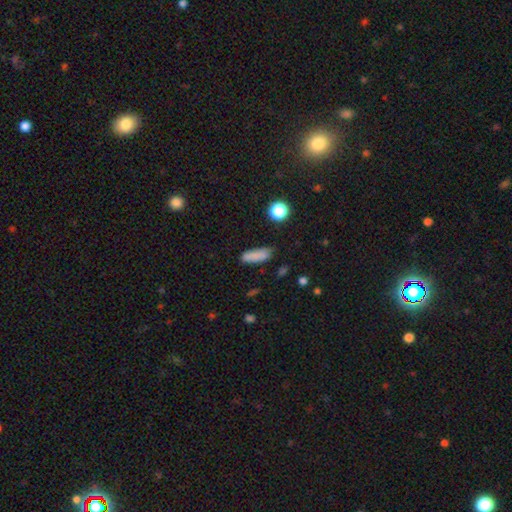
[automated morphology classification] smooth_or_featured: smooth (p=0.83) [alt: star or artifact p=0.10]
how_rounded: in between (p=0.56) [alt: cigar-shaped p=0.41]
merging: none (p=0.69) [alt: minor disturbance p=0.22]